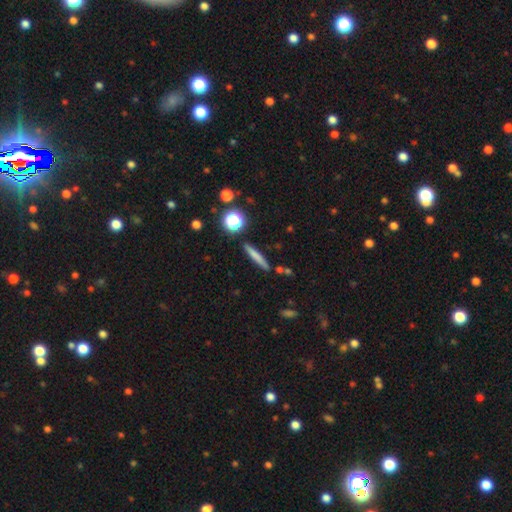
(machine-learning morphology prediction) A smooth galaxy with no disk features (69%) that is cigar-shaped (88%). Merging: none (83%).